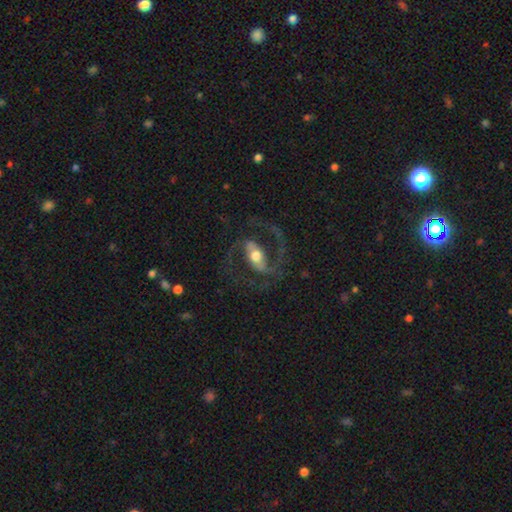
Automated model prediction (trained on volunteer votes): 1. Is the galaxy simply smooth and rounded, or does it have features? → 85% featured or disk, 10% smooth, 5% star or artifact.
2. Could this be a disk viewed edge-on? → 95% no, 5% yes.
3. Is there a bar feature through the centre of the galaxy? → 53% strong, 31% weak, 16% no.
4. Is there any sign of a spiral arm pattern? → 92% yes, 8% no.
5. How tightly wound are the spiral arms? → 57% medium, 30% loose, 13% tight.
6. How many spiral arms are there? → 90% 2, 3% 1, 3% can't tell, 2% 3, 1% 4, 1% more than 4.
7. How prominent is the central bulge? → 66% moderate, 17% large, 14% small, 2% dominant, 1% none.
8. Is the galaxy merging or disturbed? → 68% none, 17% major disturbance, 13% minor disturbance, 2% merger.